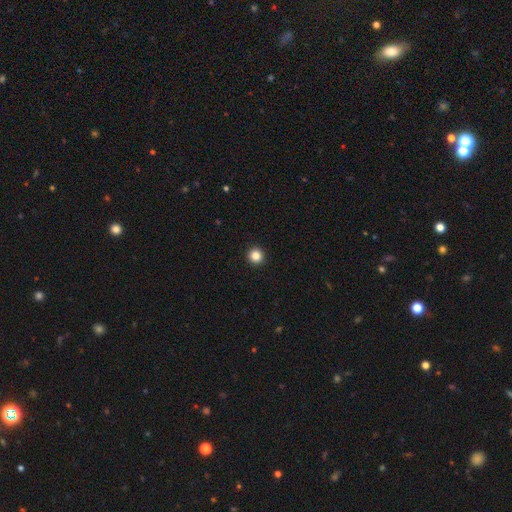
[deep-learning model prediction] This appears to be a smooth galaxy with no disk features (85%) that is round (96%). Merging: none (94%).